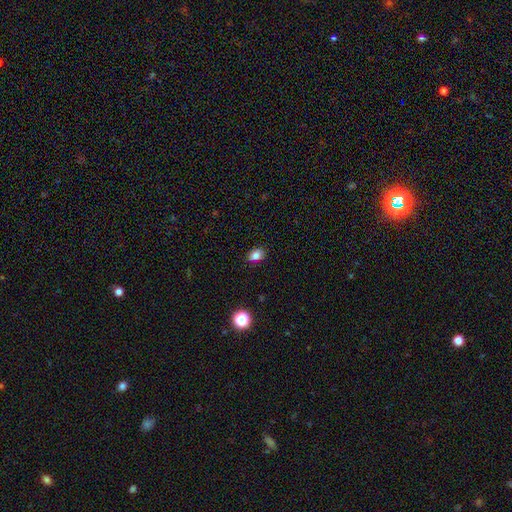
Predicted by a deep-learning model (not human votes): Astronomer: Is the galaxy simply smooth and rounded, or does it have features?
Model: smooth — 82%.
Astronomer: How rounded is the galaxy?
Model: in between — 70%.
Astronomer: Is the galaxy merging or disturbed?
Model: none — 83%.